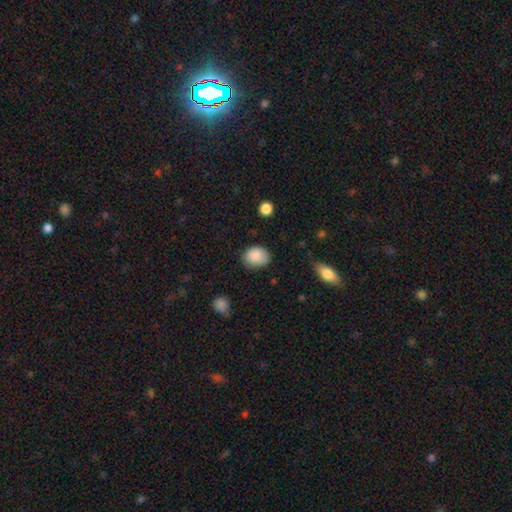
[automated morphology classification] Smooth or featured? smooth (87%)
How rounded? in between (54%)
Merging? none (71%)